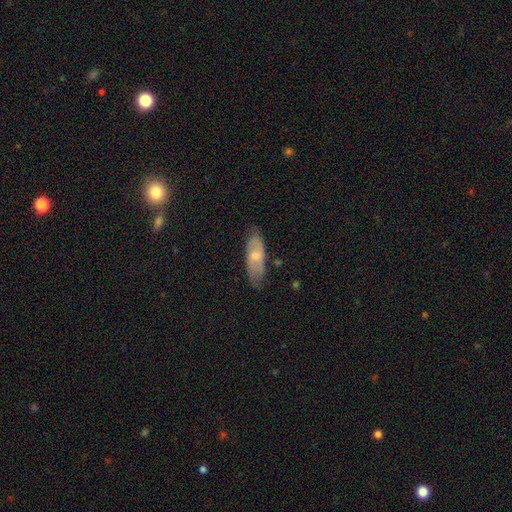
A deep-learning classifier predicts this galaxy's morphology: Smooth or featured: smooth — 56% (featured or disk — 38%)
How rounded: in between — 70% (cigar-shaped — 28%)
Merging: none — 77% (minor disturbance — 18%)